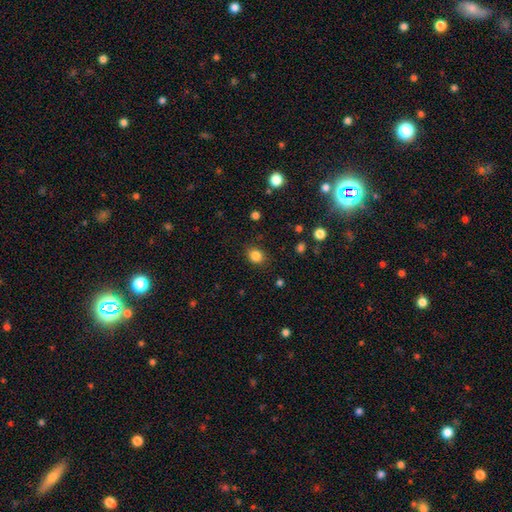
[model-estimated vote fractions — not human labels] Smooth or featured?
  - smooth: 84% *
  - star or artifact: 12%
  - featured or disk: 4%
How rounded?
  - round: 69% *
  - in between: 30%
  - cigar-shaped: 1%
Merging?
  - none: 86% *
  - minor disturbance: 9%
  - major disturbance: 3%
  - merger: 1%